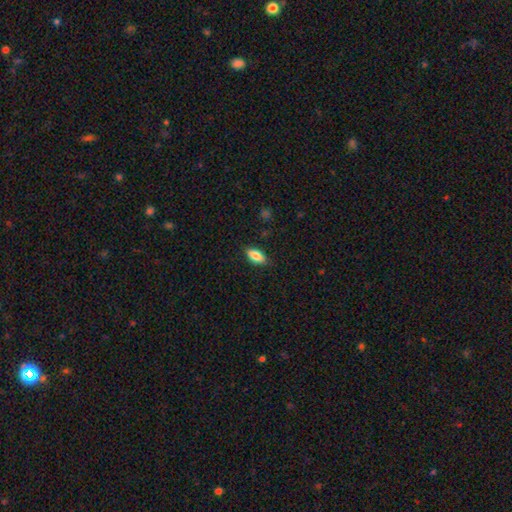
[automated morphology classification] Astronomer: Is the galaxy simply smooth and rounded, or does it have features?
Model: smooth — 80%.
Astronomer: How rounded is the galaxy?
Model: in between — 85%.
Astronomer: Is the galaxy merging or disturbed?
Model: none — 85%.